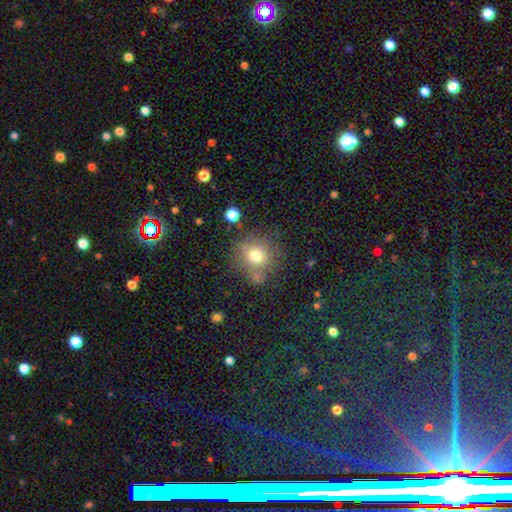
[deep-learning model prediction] This appears to be a smooth galaxy with no disk features (74%) that is round (88%). Merging: none (71%).